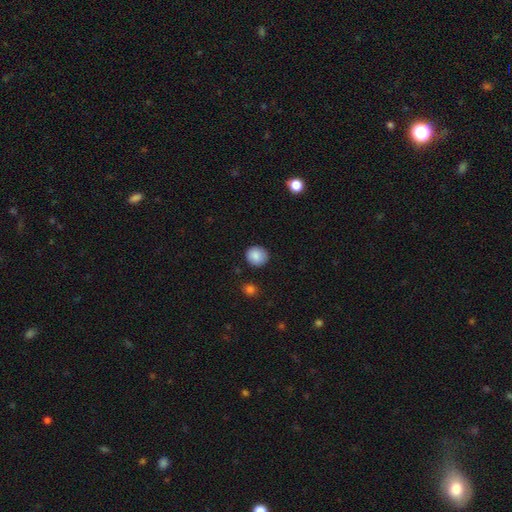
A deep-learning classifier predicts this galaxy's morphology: smooth_or_featured: smooth (p=0.88) [alt: star or artifact p=0.08]
how_rounded: round (p=0.88) [alt: in between p=0.11]
merging: none (p=0.88) [alt: minor disturbance p=0.08]